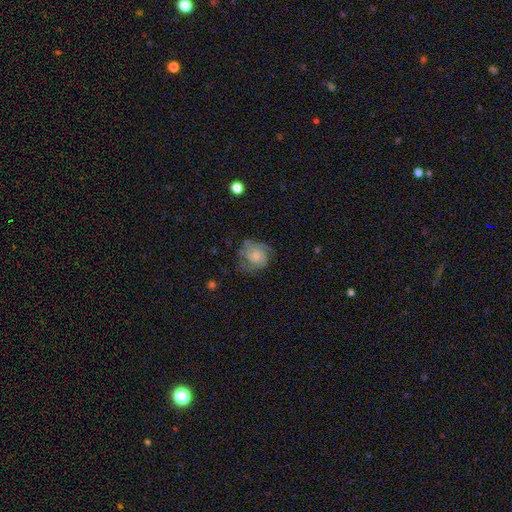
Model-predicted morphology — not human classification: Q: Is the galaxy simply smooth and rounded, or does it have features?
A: featured or disk — 67%.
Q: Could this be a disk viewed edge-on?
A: no — 98%.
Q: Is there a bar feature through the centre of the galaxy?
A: no — 76%.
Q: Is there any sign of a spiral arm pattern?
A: yes — 90%.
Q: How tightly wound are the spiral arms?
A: tight — 48%.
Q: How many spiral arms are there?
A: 2 — 30%.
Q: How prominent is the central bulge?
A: small — 45%.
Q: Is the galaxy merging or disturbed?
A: none — 63%.